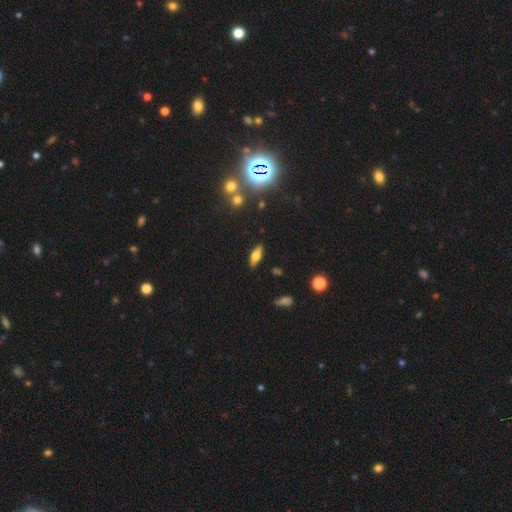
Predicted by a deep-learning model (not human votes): This is possibly a smooth galaxy (50%). How rounded: likely in between (63%). Merging: clearly none (87%).